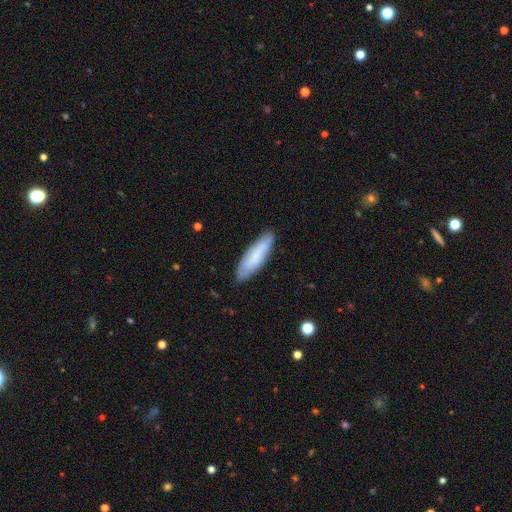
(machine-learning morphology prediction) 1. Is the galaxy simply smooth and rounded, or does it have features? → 73% smooth, 21% featured or disk, 6% star or artifact.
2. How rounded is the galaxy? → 61% cigar-shaped, 37% in between, 1% round.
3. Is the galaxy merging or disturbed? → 84% none, 12% minor disturbance, 2% major disturbance, 1% merger.